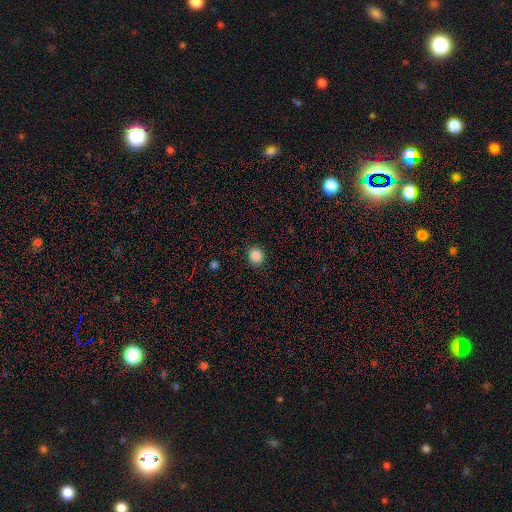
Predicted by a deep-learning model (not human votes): Smooth or featured? Predicted: smooth (p=0.87). How rounded? Predicted: round (p=0.88). Merging? Predicted: none (p=0.90).